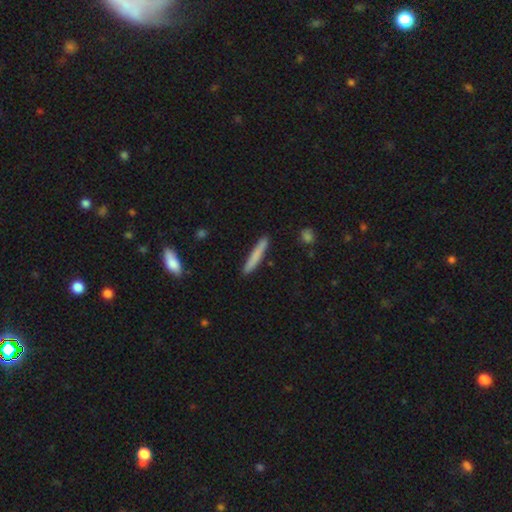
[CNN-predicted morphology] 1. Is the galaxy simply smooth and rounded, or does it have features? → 76% smooth, 18% featured or disk, 6% star or artifact.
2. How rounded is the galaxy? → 95% cigar-shaped, 3% in between, 1% round.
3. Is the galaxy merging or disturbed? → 89% none, 8% minor disturbance, 2% merger, 1% major disturbance.